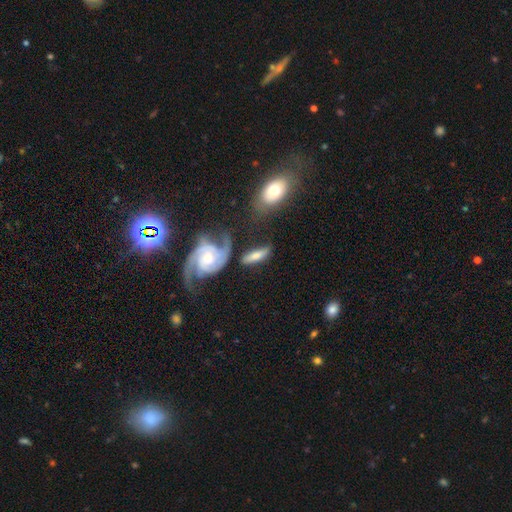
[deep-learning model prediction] A smooth galaxy with no disk features (55%) that is in between round and cigar-shaped (48%, tied with cigar-shaped). Merging: none (54%).